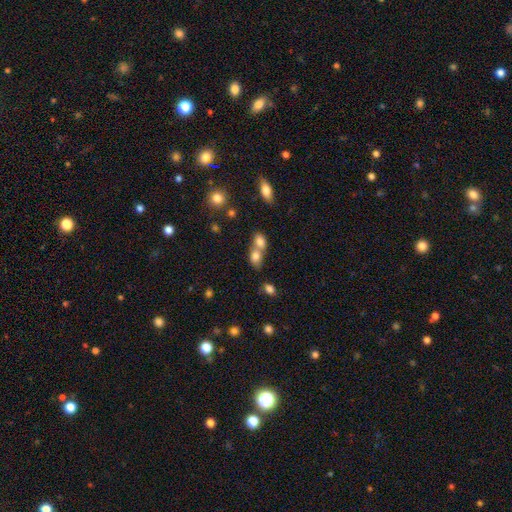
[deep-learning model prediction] Smooth or featured: smooth — 76% (featured or disk — 13%)
How rounded: in between — 63% (round — 35%)
Merging: merger — 68% (none — 22%)